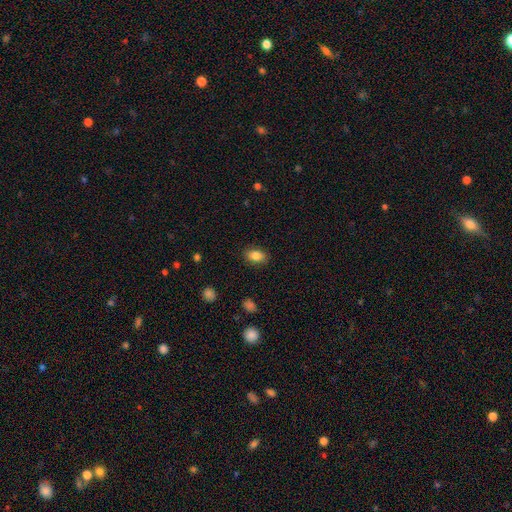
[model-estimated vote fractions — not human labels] Q: Smooth or featured?
A: smooth (84%); runner-up: star or artifact (8%)
Q: How rounded?
A: in between (88%); runner-up: round (10%)
Q: Merging?
A: none (86%); runner-up: minor disturbance (10%)